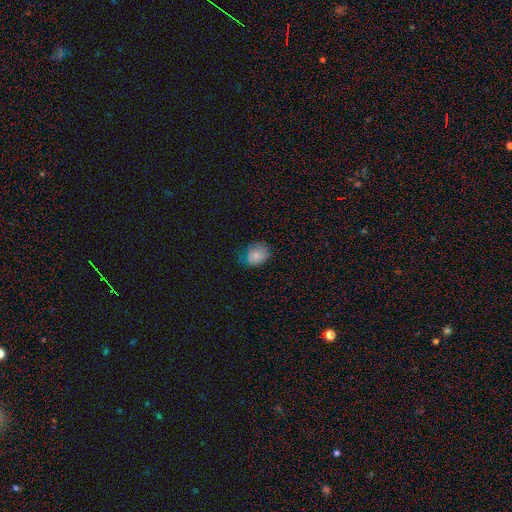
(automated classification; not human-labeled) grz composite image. It shows a smooth galaxy with no disk features (83%) that is round (52%). Merging: none (62%).